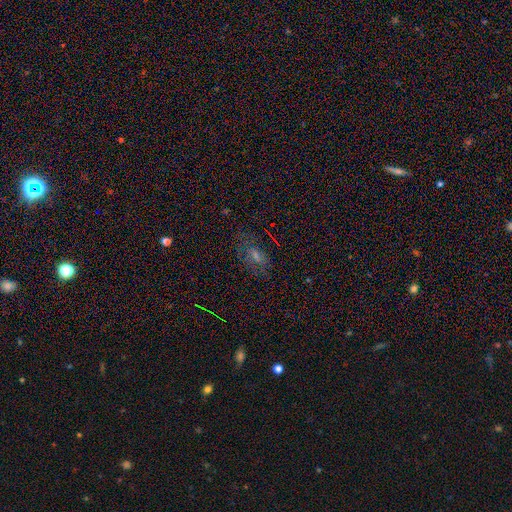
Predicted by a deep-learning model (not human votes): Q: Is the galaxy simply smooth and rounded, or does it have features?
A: smooth — 37%.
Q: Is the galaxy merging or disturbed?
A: none — 69%.